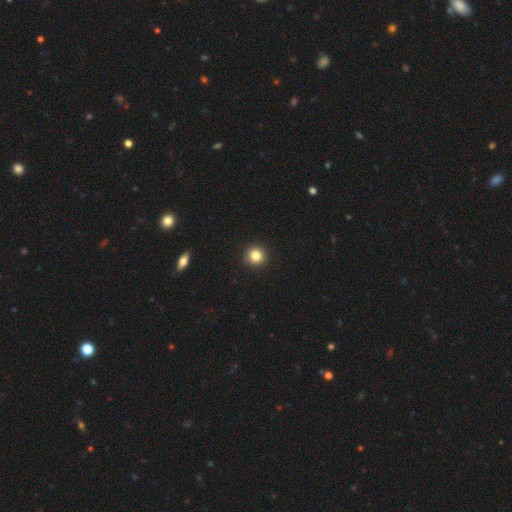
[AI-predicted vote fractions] Smooth or featured?
  - smooth: 83% *
  - star or artifact: 12%
  - featured or disk: 6%
How rounded?
  - round: 95% *
  - in between: 4%
  - cigar-shaped: 1%
Merging?
  - none: 92% *
  - minor disturbance: 5%
  - major disturbance: 2%
  - merger: 1%